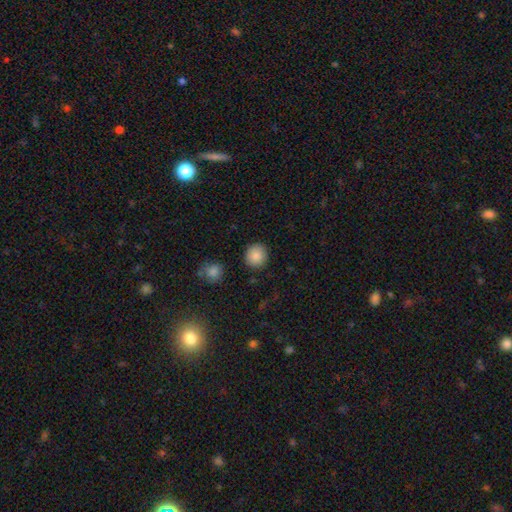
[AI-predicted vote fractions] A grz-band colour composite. It shows a smooth galaxy with no disk features (88%) that is round (90%). Merging: none (90%).